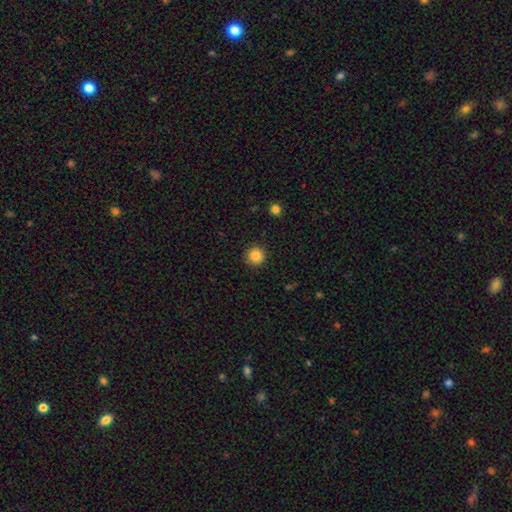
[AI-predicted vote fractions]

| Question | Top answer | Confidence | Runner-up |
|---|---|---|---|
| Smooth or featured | smooth | 86% | star or artifact (10%) |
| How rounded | round | 95% | in between (4%) |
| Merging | none | 92% | minor disturbance (5%) |